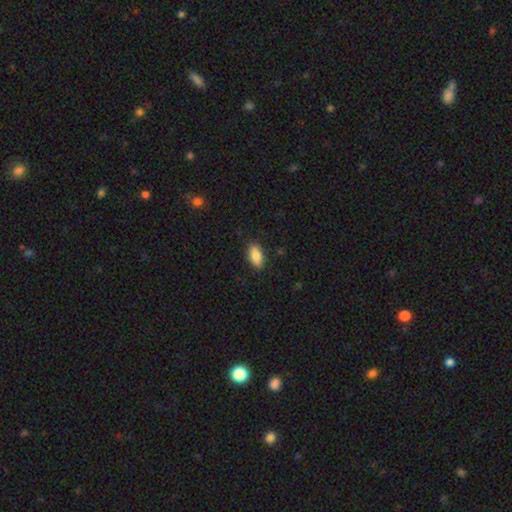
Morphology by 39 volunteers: Volunteers were most divided on "how rounded": in between: 82%, cigar-shaped: 15%, round: 3%. More confident: merging — none (89%); smooth or featured — smooth (87%).